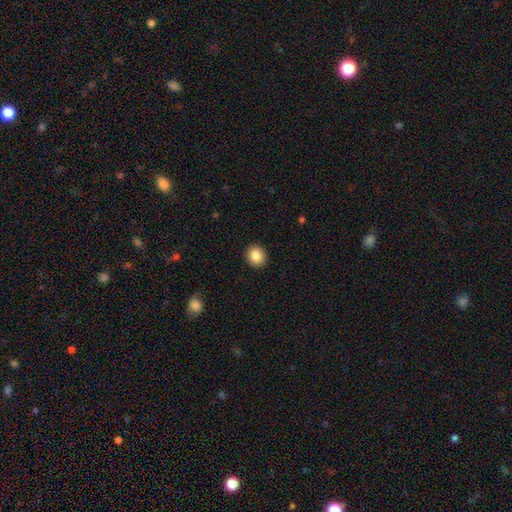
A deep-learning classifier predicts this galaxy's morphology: Smooth or featured: smooth — 87% (star or artifact — 8%)
How rounded: round — 80% (in between — 19%)
Merging: none — 92% (minor disturbance — 5%)